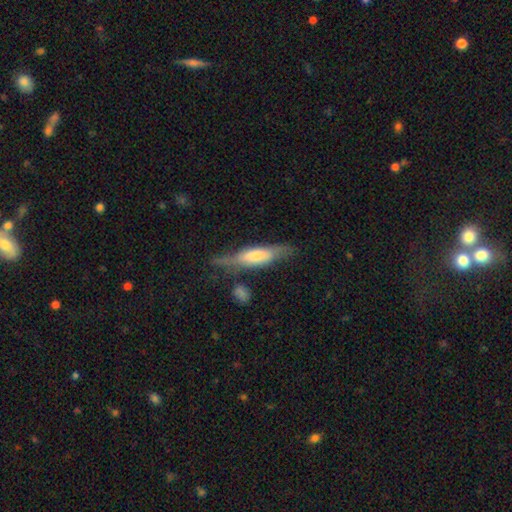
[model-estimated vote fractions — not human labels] Morphology: type=featured or disk (52%); edge-on=yes (78%); merging=none (63%).